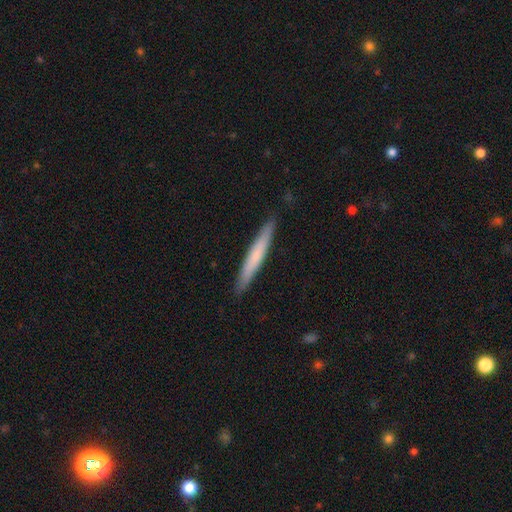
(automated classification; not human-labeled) Q: Smooth or featured?
A: smooth (64%); runner-up: featured or disk (31%)
Q: How rounded?
A: cigar-shaped (96%); runner-up: in between (3%)
Q: Merging?
A: none (91%); runner-up: minor disturbance (7%)